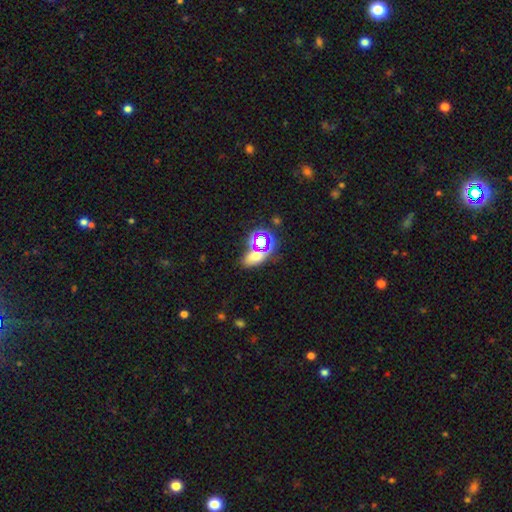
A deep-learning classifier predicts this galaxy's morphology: smooth_or_featured: smooth (p=0.51) [alt: star or artifact p=0.35]
how_rounded: in between (p=0.77) [alt: round p=0.20]
merging: none (p=0.61) [alt: merger p=0.18]